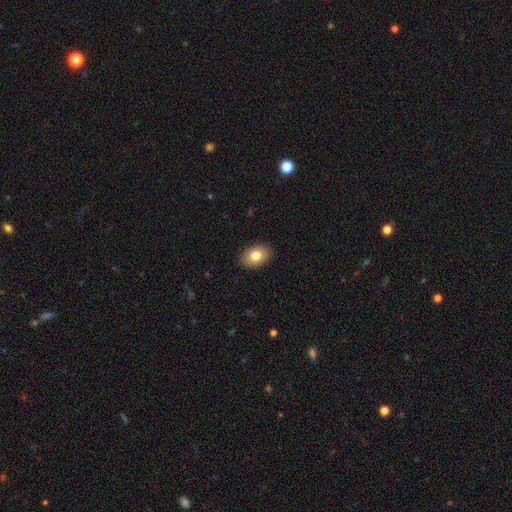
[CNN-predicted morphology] Smooth or featured? Predicted: smooth (p=0.81). How rounded? Predicted: in between (p=0.83). Merging? Predicted: none (p=0.89).